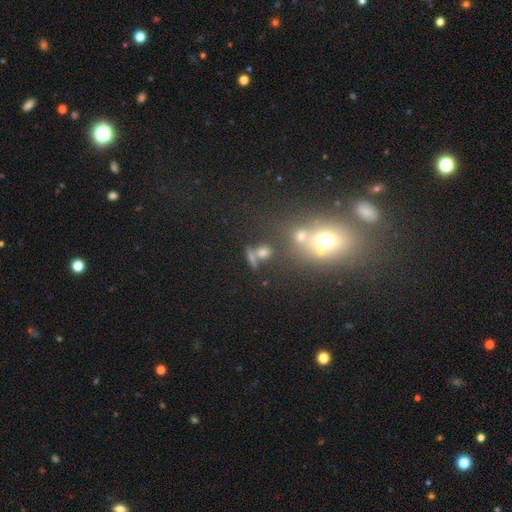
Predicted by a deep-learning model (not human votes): Smooth or featured?
  - smooth: 61% *
  - star or artifact: 21%
  - featured or disk: 17%
How rounded?
  - in between: 41% * (tied)
  - round: 41% * (tied)
  - cigar-shaped: 18%
Merging?
  - none: 54% *
  - merger: 27%
  - minor disturbance: 12%
  - major disturbance: 7%